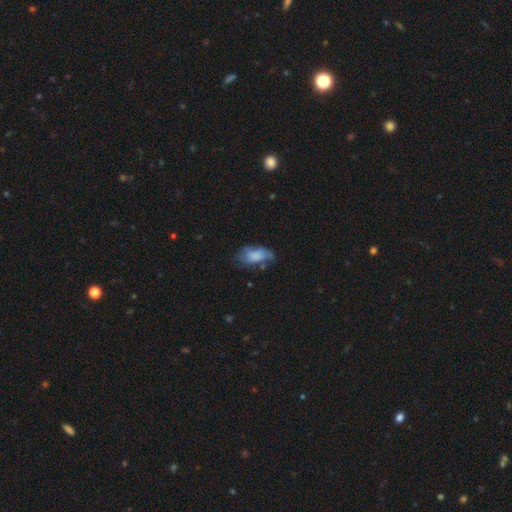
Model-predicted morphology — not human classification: Q: Smooth or featured?
A: smooth (56%); runner-up: featured or disk (35%)
Q: How rounded?
A: in between (90%); runner-up: round (5%)
Q: Merging?
A: none (41%); runner-up: minor disturbance (30%)